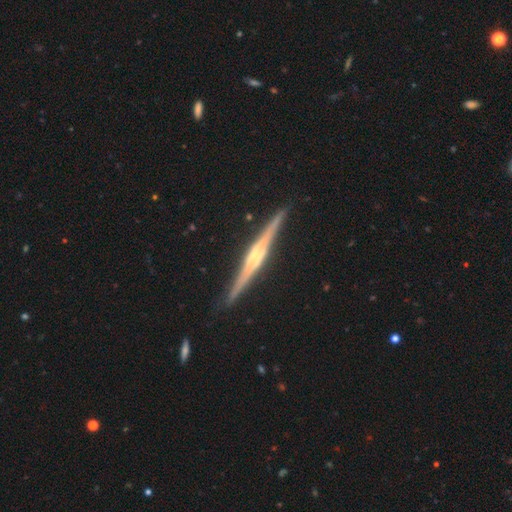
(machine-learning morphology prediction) This appears to be a featured or disk galaxy (86%) viewed edge-on (98%) with a rounded central bulge (57%). Merging: none (91%).